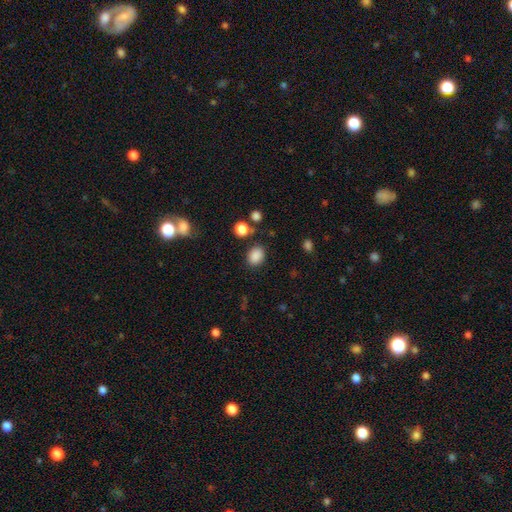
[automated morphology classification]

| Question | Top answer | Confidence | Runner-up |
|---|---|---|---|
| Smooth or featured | smooth | 86% | star or artifact (11%) |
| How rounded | in between | 62% | round (37%) |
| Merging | none | 81% | minor disturbance (11%) |